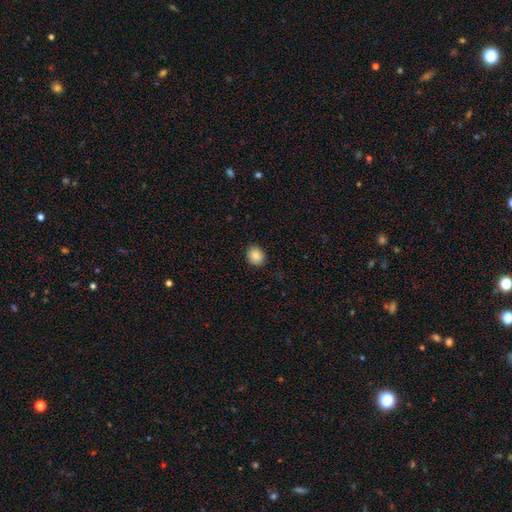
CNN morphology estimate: type=smooth (86%); roundness=round (69%); merging=none (89%).